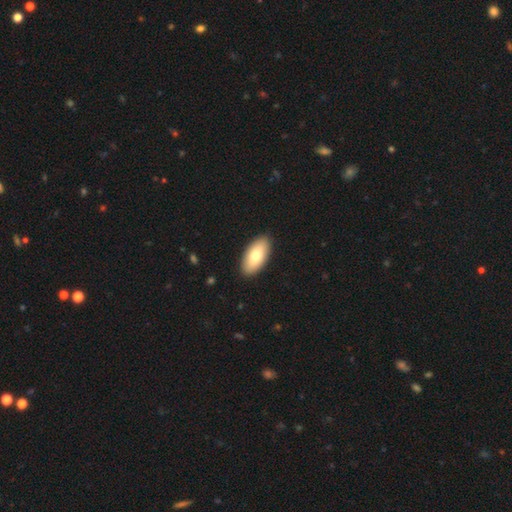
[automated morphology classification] This appears to be a smooth galaxy with no disk features (76%) that is in between round and cigar-shaped (93%). Merging: none (91%).